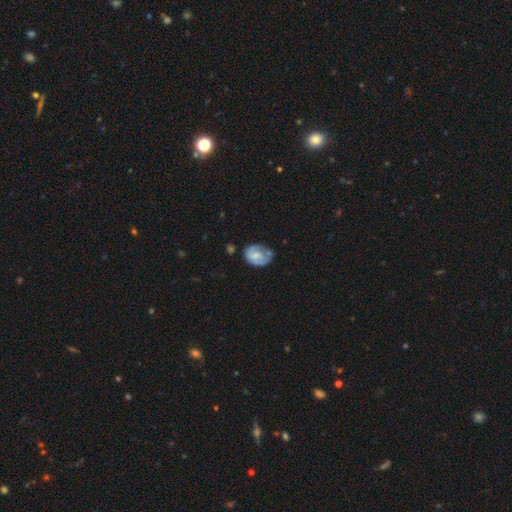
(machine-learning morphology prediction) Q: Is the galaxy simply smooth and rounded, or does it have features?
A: smooth — 48%.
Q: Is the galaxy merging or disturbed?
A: none — 45%.